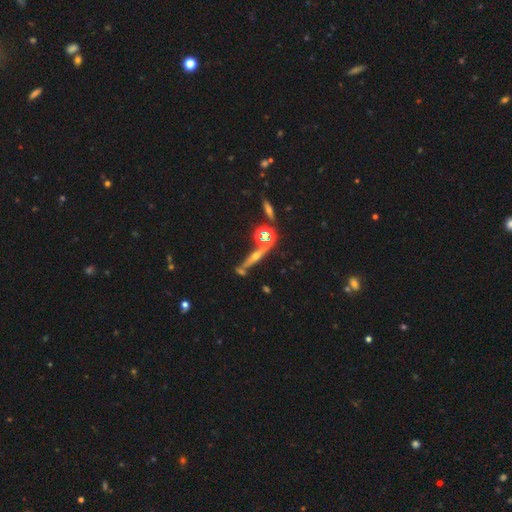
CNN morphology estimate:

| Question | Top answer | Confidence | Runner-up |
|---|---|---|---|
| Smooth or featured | featured or disk | 61% | smooth (20%) |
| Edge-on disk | yes | 86% | no (14%) |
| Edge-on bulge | rounded | 90% | none (6%) |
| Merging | none | 63% | merger (18%) |